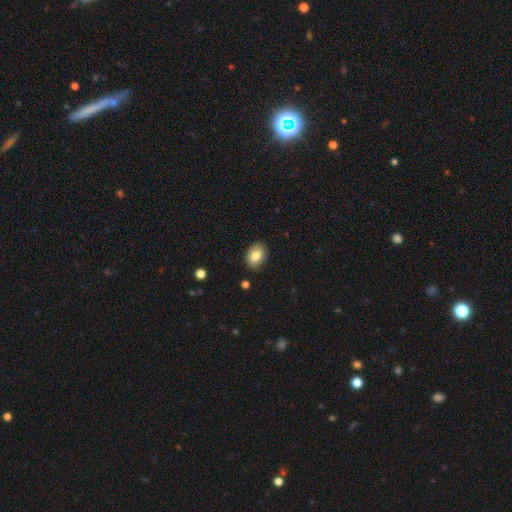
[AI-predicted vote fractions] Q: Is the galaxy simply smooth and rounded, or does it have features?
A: smooth — 82%.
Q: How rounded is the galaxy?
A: in between — 75%.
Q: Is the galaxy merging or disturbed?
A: none — 86%.